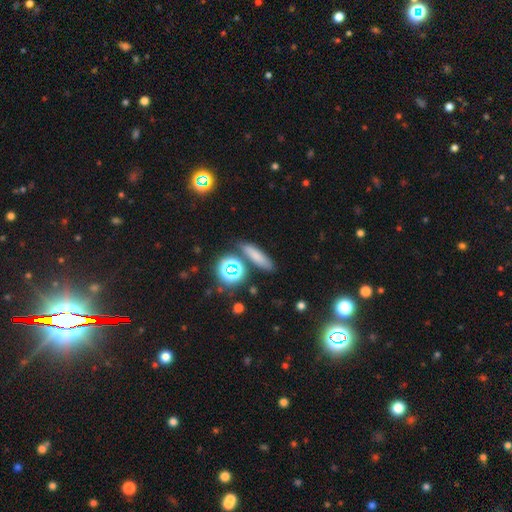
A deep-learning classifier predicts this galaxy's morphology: Smooth or featured? Predicted: smooth (p=0.70). How rounded? Predicted: cigar-shaped (p=0.54). Merging? Predicted: none (p=0.78).